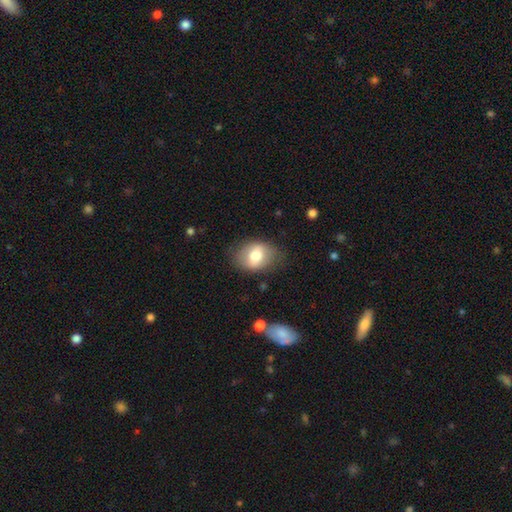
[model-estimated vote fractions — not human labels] smooth-or-featured: smooth: 70% | featured or disk: 23% | star or artifact: 7%
  how-rounded: in between: 76% | round: 23% | cigar-shaped: 1%
  merging: none: 75% | minor disturbance: 18% | major disturbance: 6% | merger: 1%